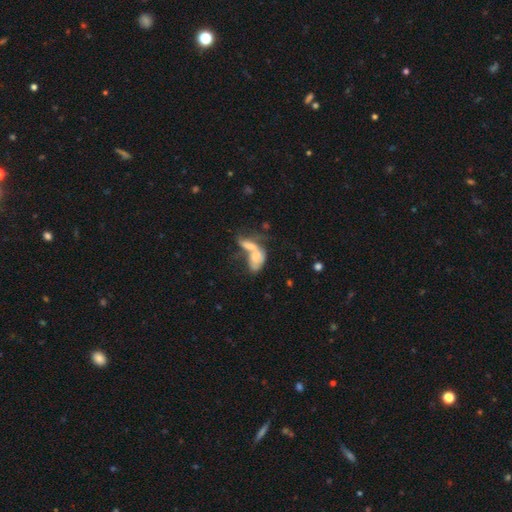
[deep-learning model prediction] Q: Smooth or featured?
A: smooth (54%); runner-up: featured or disk (37%)
Q: How rounded?
A: in between (87%); runner-up: round (7%)
Q: Merging?
A: merger (71%); runner-up: none (11%)